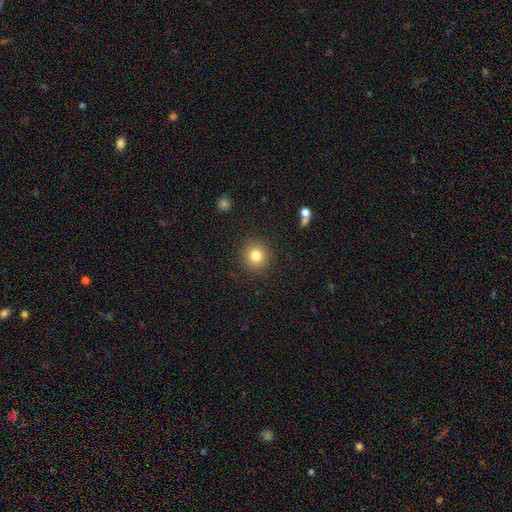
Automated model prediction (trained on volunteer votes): Smooth or featured? smooth (81%)
How rounded? round (93%)
Merging? none (90%)